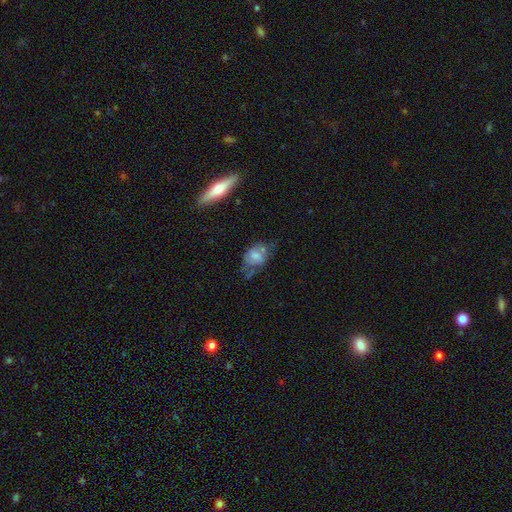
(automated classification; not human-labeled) Smooth or featured?
  - smooth: 55% *
  - featured or disk: 34%
  - star or artifact: 11%
How rounded?
  - in between: 78% *
  - round: 19%
  - cigar-shaped: 2%
Merging?
  - none: 35% *
  - minor disturbance: 29%
  - major disturbance: 24%
  - merger: 13%